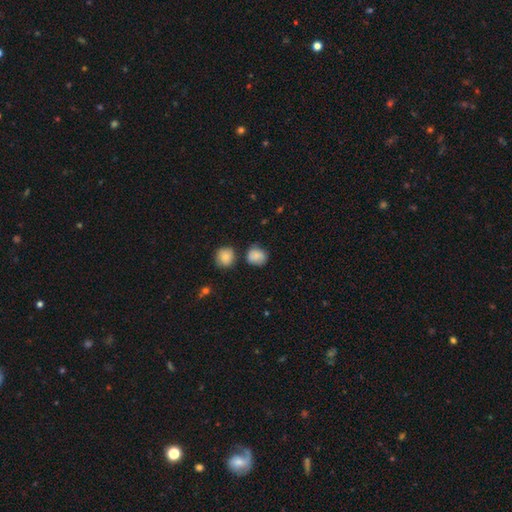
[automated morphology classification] Q: Smooth or featured?
A: smooth (84%); runner-up: star or artifact (10%)
Q: How rounded?
A: round (76%); runner-up: in between (23%)
Q: Merging?
A: none (71%); runner-up: minor disturbance (17%)